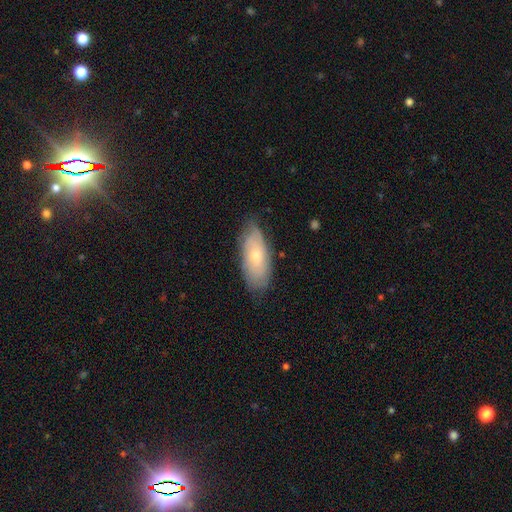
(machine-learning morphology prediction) Smooth or featured?
  - featured or disk: 47% *
  - smooth: 46%
  - star or artifact: 7%
Merging?
  - none: 75% *
  - minor disturbance: 20%
  - major disturbance: 4%
  - merger: 1%